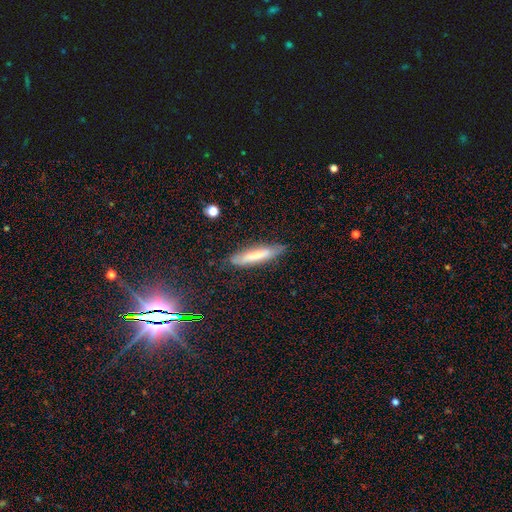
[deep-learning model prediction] The model was most divided on "smooth or featured": smooth: 66%, featured or disk: 26%, star or artifact: 8%. More confident: how rounded — cigar-shaped (84%); merging — none (80%).